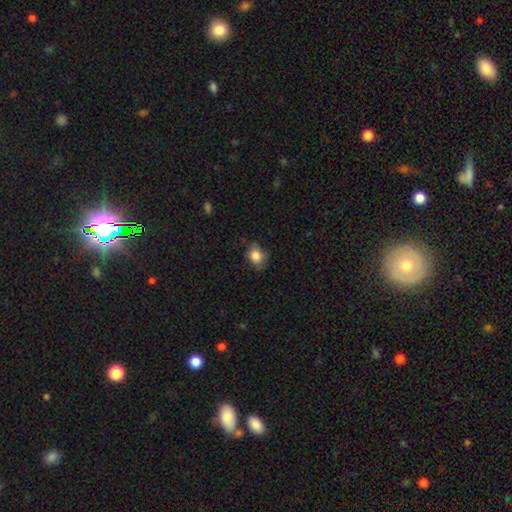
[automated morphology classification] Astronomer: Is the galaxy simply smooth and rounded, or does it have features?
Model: smooth — 84%.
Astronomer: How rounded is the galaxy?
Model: in between — 50% (runner-up: round, 49%).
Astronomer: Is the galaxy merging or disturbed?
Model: none — 72%.